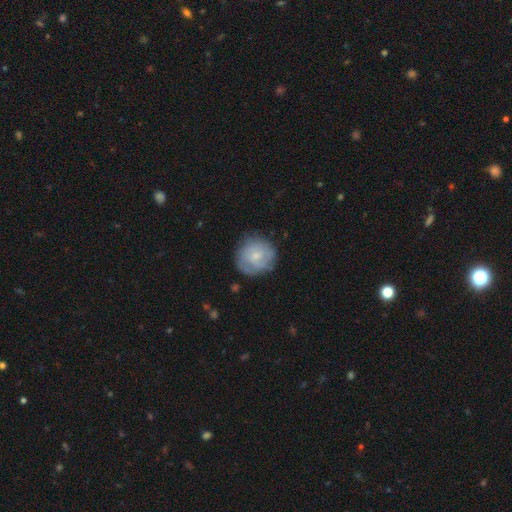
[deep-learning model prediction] smooth-or-featured: smooth: 47% | featured or disk: 46% | star or artifact: 6%
  merging: none: 76% | minor disturbance: 17% | major disturbance: 6% | merger: 1%